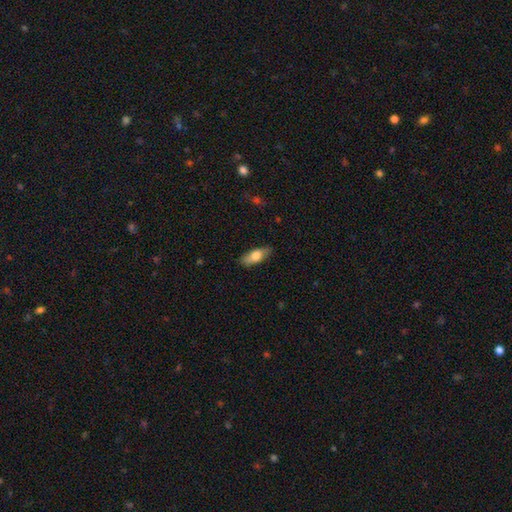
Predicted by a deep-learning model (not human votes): Overall: smooth (72%). How rounded: in between (72%). Merging: none (84%).